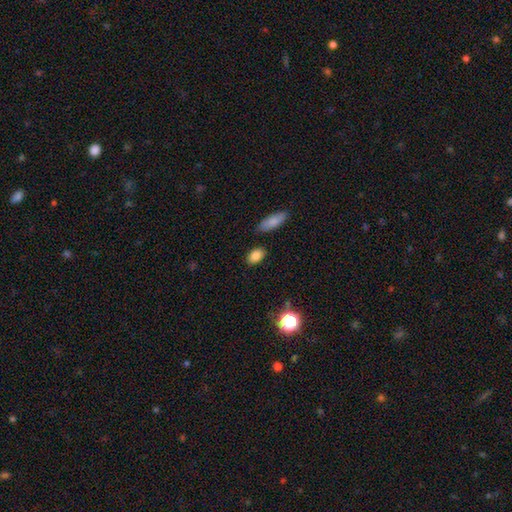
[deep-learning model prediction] A smooth galaxy with no disk features (86%) that is in between round and cigar-shaped (84%).

Vote fractions:
- Smooth or featured? smooth: 86% / star or artifact: 9% / featured or disk: 5%
- How rounded? in between: 84% / round: 13% / cigar-shaped: 2%
- Merging? none: 85% / minor disturbance: 9% / merger: 3% / major disturbance: 2%